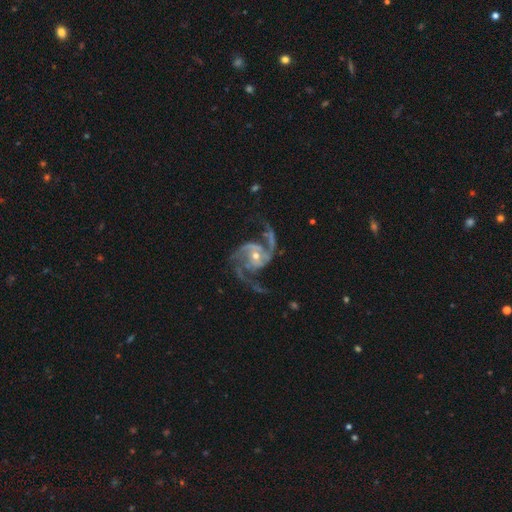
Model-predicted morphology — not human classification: Smooth or featured?
  - featured or disk: 92% *
  - star or artifact: 5%
  - smooth: 3%
Edge-on disk?
  - no: 98% *
  - yes: 2%
Bar?
  - no: 58% *
  - weak: 29%
  - strong: 13%
Spiral arms?
  - yes: 98% *
  - no: 2%
Spiral winding?
  - medium: 51% *
  - loose: 36%
  - tight: 13%
Spiral arm count?
  - 2: 46% *
  - 3: 33%
  - 4: 6%
  - can't tell: 6%
  - 1: 4%
  - more than 4: 4%
Bulge size?
  - small: 51% *
  - moderate: 45%
  - large: 2%
  - none: 1%
  - dominant: 1%
Merging?
  - none: 57% *
  - major disturbance: 22%
  - minor disturbance: 18%
  - merger: 3%